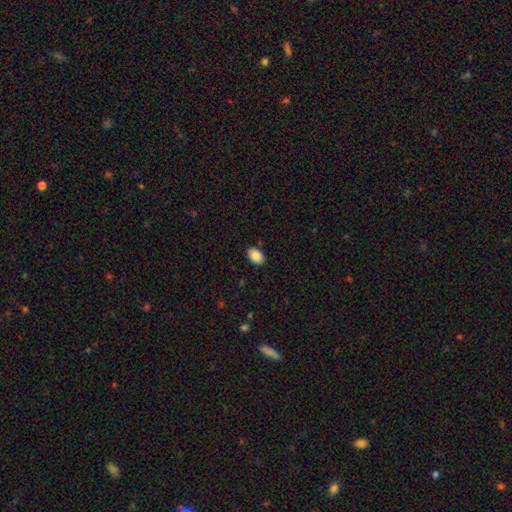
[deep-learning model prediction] A smooth galaxy with no disk features (89%) that is in between round and cigar-shaped (85%).

Vote fractions:
- Smooth or featured? smooth: 89% / star or artifact: 7% / featured or disk: 4%
- How rounded? in between: 85% / round: 14% / cigar-shaped: 1%
- Merging? none: 86% / minor disturbance: 10% / major disturbance: 2% / merger: 1%